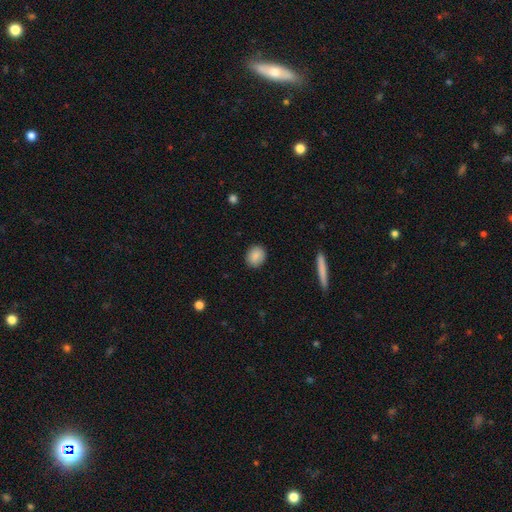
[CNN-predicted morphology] Smooth or featured?
  - smooth: 88% *
  - star or artifact: 8%
  - featured or disk: 5%
How rounded?
  - round: 73% *
  - in between: 26%
  - cigar-shaped: 1%
Merging?
  - none: 90% *
  - minor disturbance: 7%
  - major disturbance: 2%
  - merger: 1%